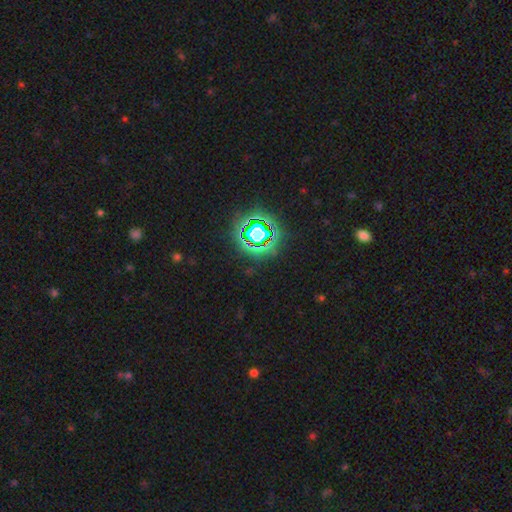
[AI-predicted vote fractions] Smooth or featured: star or artifact — 82% (smooth — 11%)